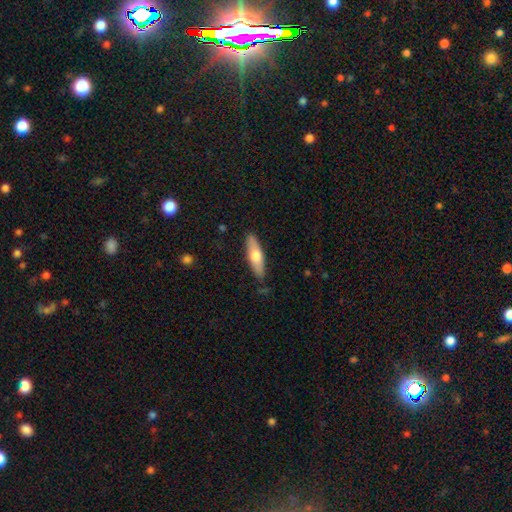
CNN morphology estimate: smooth-or-featured: smooth: 59% | featured or disk: 36% | star or artifact: 5%
  how-rounded: cigar-shaped: 58% | in between: 40% | round: 2%
  merging: none: 86% | minor disturbance: 11% | major disturbance: 2% | merger: 1%